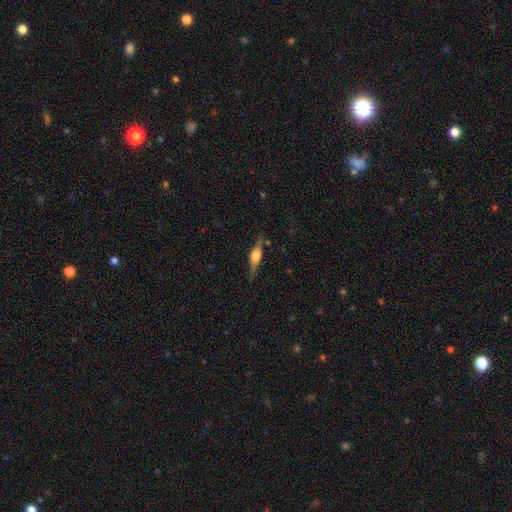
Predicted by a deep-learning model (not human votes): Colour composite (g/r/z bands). It shows a featured or disk galaxy (66%) viewed edge-on (95%) with a rounded central bulge (87%). Merging: none (80%).